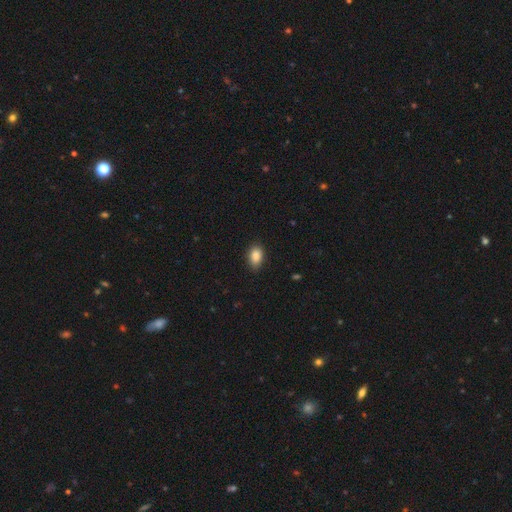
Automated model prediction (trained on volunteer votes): The model was most divided on "merging": none: 84%, minor disturbance: 12%, major disturbance: 2%, merger: 1%. More confident: smooth or featured — smooth (87%); how rounded — in between (86%).